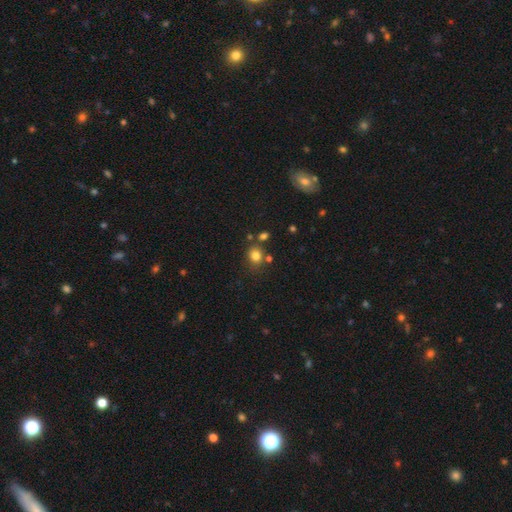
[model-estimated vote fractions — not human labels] smooth_or_featured: smooth (p=0.80) [alt: star or artifact p=0.14]
how_rounded: round (p=0.70) [alt: in between p=0.29]
merging: none (p=0.71) [alt: minor disturbance p=0.13]